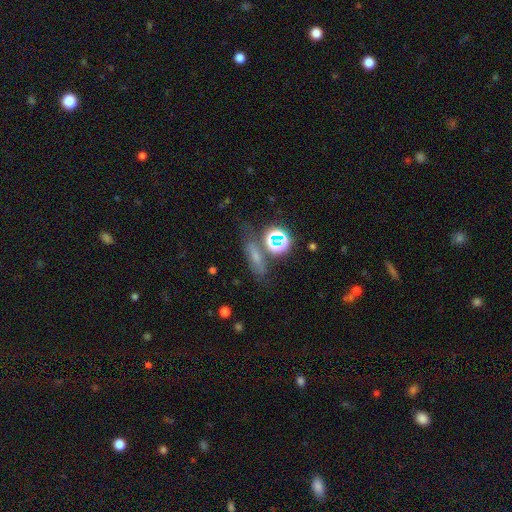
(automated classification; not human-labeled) Smooth or featured: smooth — 46% (star or artifact — 33%)
Merging: none — 63% (minor disturbance — 17%)